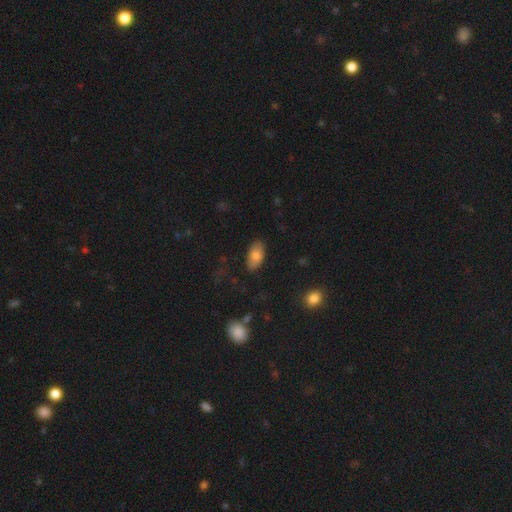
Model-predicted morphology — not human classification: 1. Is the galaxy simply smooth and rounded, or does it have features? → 79% smooth, 13% featured or disk, 8% star or artifact.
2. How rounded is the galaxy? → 93% in between, 4% round, 3% cigar-shaped.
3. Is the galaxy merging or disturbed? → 84% none, 12% minor disturbance, 3% major disturbance, 1% merger.